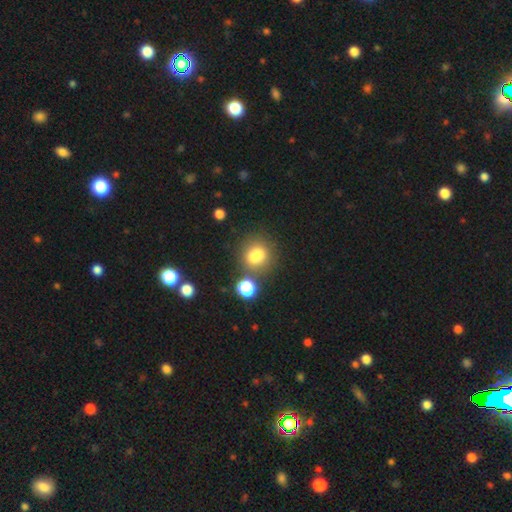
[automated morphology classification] Smooth or featured? smooth (69%)
How rounded? round (73%)
Merging? none (49%)